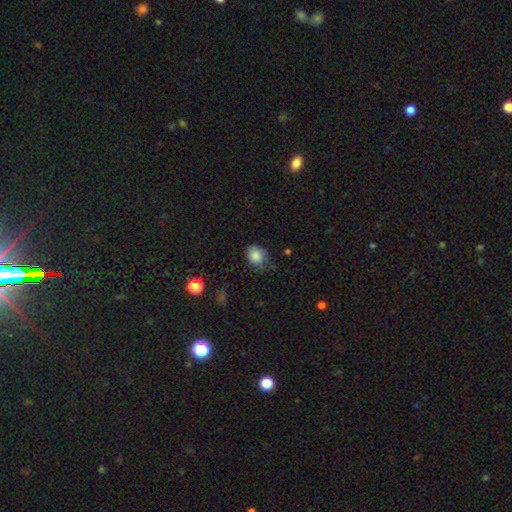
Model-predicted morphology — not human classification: type=smooth (85%); roundness=round (52%); merging=none (62%).